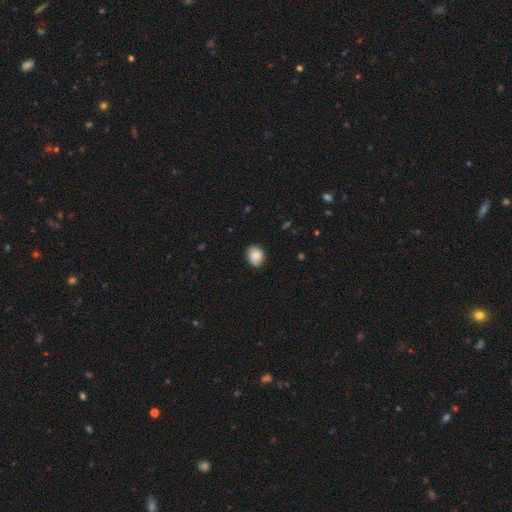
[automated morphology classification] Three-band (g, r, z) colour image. It shows a smooth galaxy with no disk features (74%) that is in between round and cigar-shaped (59%). Merging: none (75%).